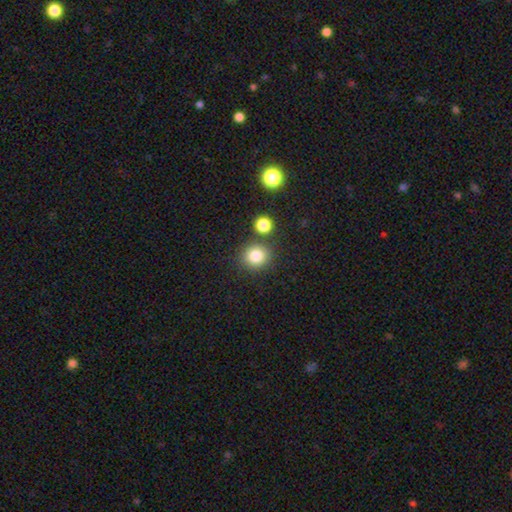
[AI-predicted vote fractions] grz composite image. It shows a smooth galaxy with no disk features (82%) that is round (87%). Merging: none (81%).